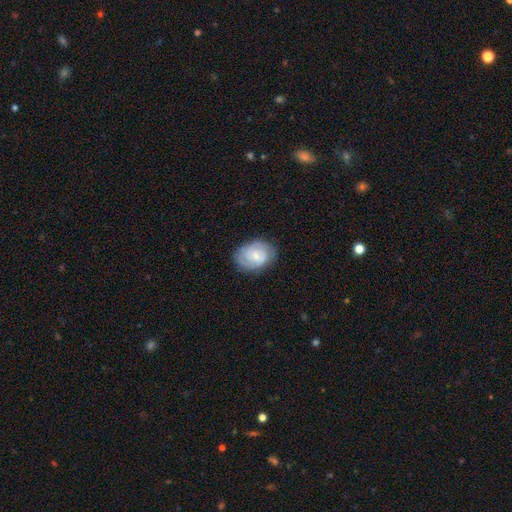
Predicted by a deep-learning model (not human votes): smooth_or_featured: featured or disk (p=0.61) [alt: smooth p=0.32]
disk_edge_on: no (p=0.97) [alt: yes p=0.03]
bar: no (p=0.49) [alt: weak p=0.45]
has_spiral_arms: yes (p=0.88) [alt: no p=0.12]
spiral_winding: tight (p=0.57) [alt: medium p=0.34]
spiral_arm_count: 2 (p=0.44) [alt: can't tell p=0.31]
bulge_size: small (p=0.54) [alt: moderate p=0.34]
merging: none (p=0.74) [alt: minor disturbance p=0.19]